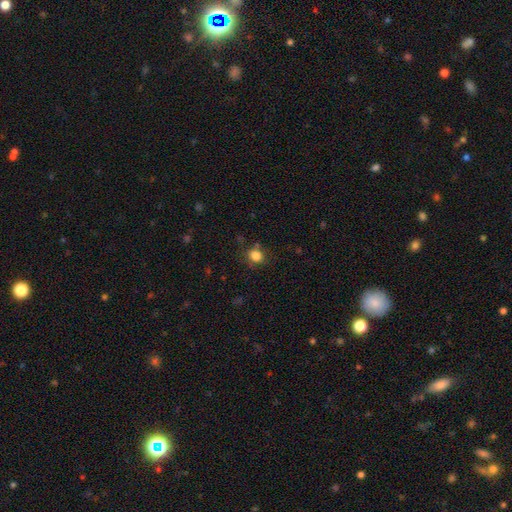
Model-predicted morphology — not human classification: type=smooth (83%); roundness=round (68%); merging=none (75%).